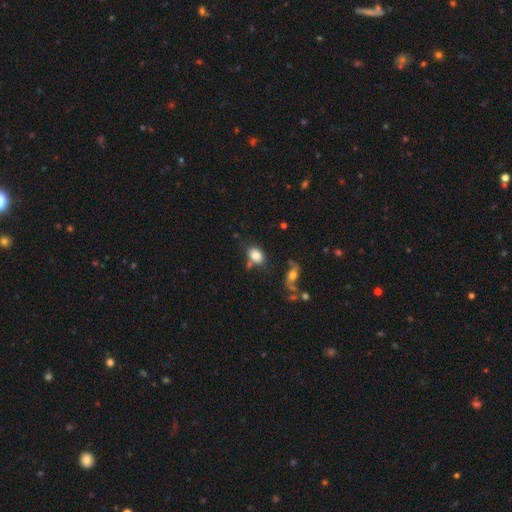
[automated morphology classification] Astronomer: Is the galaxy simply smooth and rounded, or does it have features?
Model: smooth — 83%.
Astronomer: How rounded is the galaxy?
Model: in between — 76%.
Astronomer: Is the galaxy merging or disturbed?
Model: none — 59%.